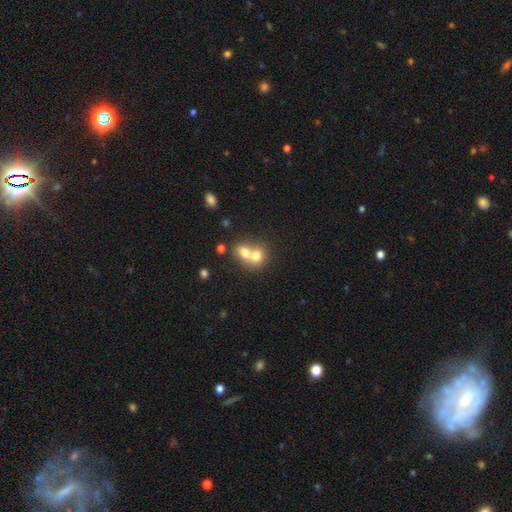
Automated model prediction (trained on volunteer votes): Overall: smooth (70%). How rounded: round (58%; in between 41%). Merging: merger (71%).